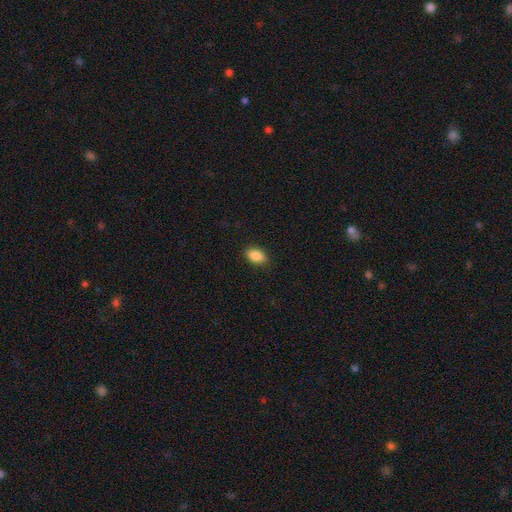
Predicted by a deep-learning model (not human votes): Overall: smooth (87%). How rounded: in between (88%). Merging: none (87%).